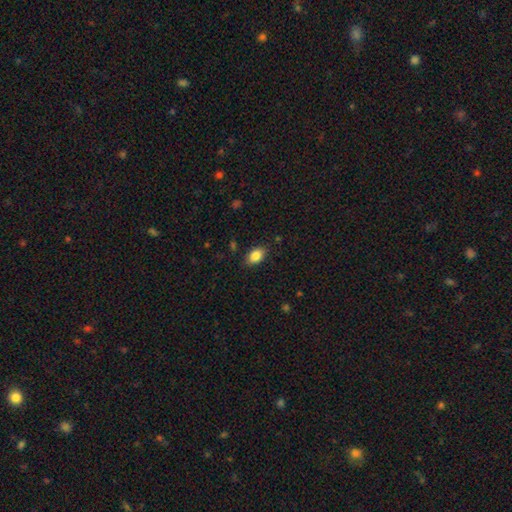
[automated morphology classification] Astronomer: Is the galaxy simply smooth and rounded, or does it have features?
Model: smooth — 85%.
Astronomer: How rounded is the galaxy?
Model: in between — 86%.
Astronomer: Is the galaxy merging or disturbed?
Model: none — 85%.